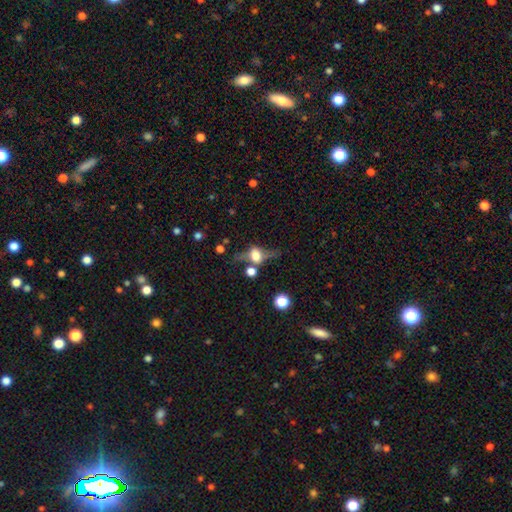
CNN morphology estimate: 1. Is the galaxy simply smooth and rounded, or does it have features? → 56% featured or disk, 33% smooth, 11% star or artifact.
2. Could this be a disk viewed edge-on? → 72% yes, 28% no.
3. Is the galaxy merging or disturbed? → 53% none, 20% minor disturbance, 18% major disturbance, 9% merger.